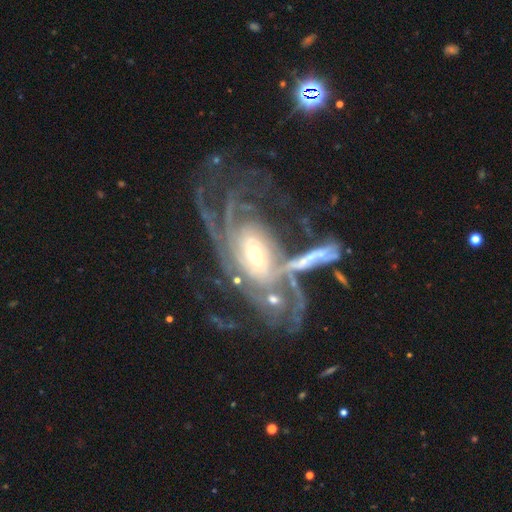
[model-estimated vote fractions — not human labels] Smooth or featured?
  - featured or disk: 85% *
  - smooth: 7%
  - star or artifact: 7%
Edge-on disk?
  - no: 93% *
  - yes: 7%
Bar?
  - no: 58% *
  - weak: 27%
  - strong: 15%
Spiral arms?
  - yes: 91% *
  - no: 9%
Spiral winding?
  - tight: 52% *
  - medium: 32%
  - loose: 16%
Spiral arm count?
  - can't tell: 37% *
  - 2: 17%
  - 3: 16%
  - 4: 13%
  - more than 4: 10%
  - 1: 7%
Bulge size?
  - moderate: 51% *
  - small: 34%
  - large: 10%
  - none: 2%
  - dominant: 2%
Merging?
  - merger: 30% *
  - major disturbance: 29%
  - none: 27%
  - minor disturbance: 14%